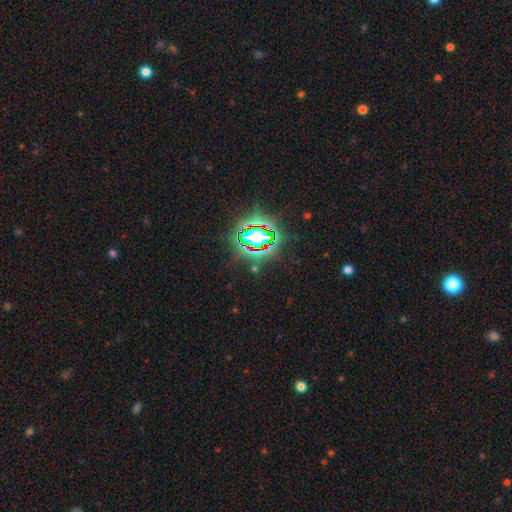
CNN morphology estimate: This is clearly a star or artifact rather than a galaxy (83%).